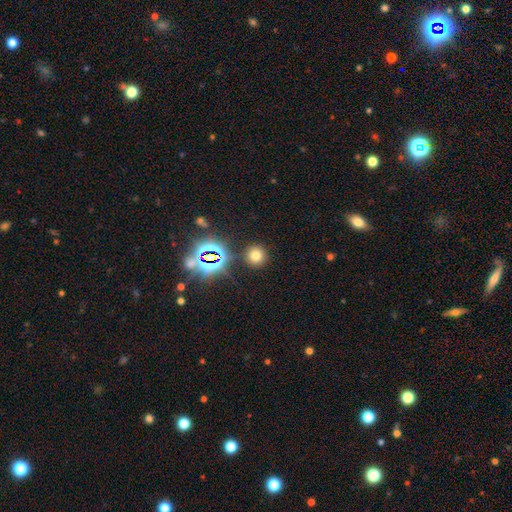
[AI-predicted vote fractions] This is likely a smooth galaxy (66%). How rounded: clearly round (93%). Merging: clearly none (88%).